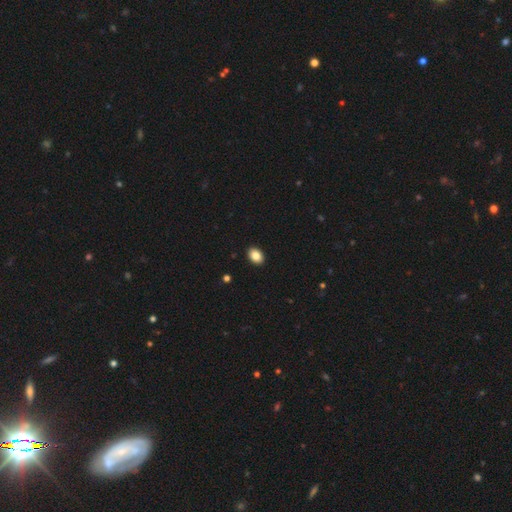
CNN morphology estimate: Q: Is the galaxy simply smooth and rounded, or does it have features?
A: smooth — 87%.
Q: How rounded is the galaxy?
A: in between — 77%.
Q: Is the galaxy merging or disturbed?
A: none — 92%.